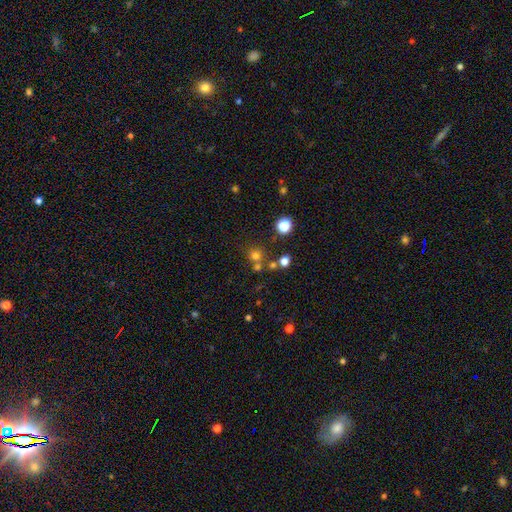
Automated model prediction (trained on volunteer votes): This is likely a smooth galaxy (69%). How rounded: clearly round (91%). Merging: likely none (66%).